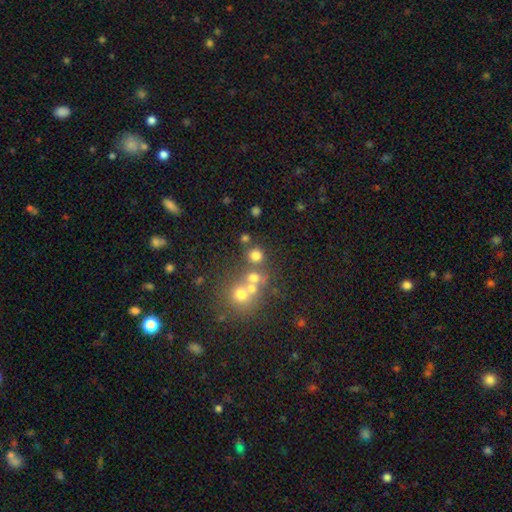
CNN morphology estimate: smooth_or_featured: smooth (p=0.70) [alt: star or artifact p=0.18]
how_rounded: round (p=0.88) [alt: in between p=0.11]
merging: none (p=0.63) [alt: merger p=0.25]